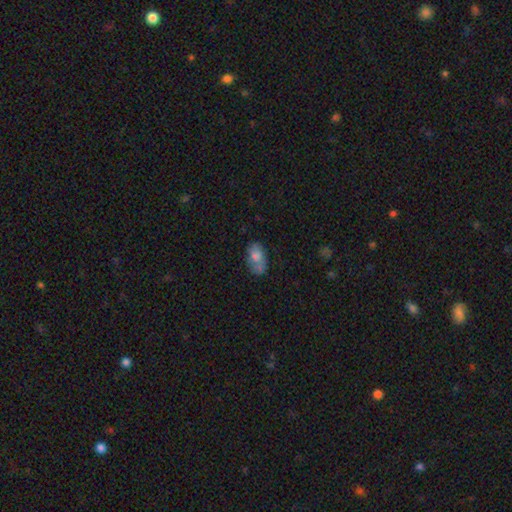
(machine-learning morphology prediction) The model was most divided on "merging": none: 53%, minor disturbance: 26%, merger: 11%, major disturbance: 10%. More confident: how rounded — in between (91%); smooth or featured — smooth (71%).